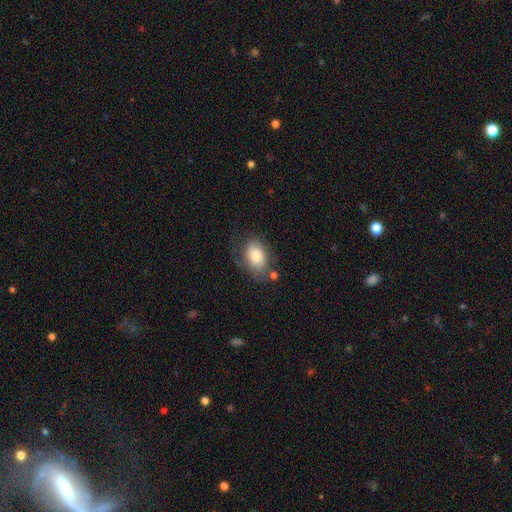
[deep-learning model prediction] smooth_or_featured: smooth (p=0.78) [alt: featured or disk p=0.15]
how_rounded: in between (p=0.87) [alt: round p=0.11]
merging: none (p=0.64) [alt: minor disturbance p=0.22]